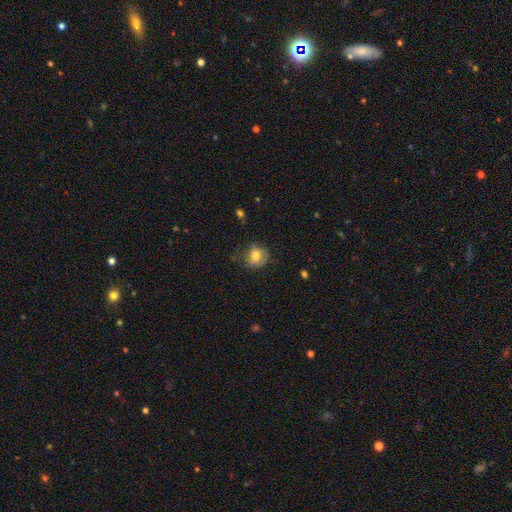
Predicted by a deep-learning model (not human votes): A smooth galaxy with no disk features (72%) that is round (64%). Merging: none (50%).